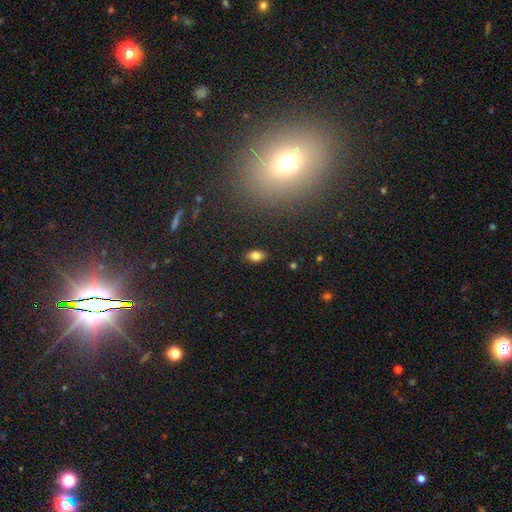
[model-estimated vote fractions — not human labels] This is clearly a smooth galaxy (82%). How rounded: clearly in between (88%). Merging: clearly none (87%).